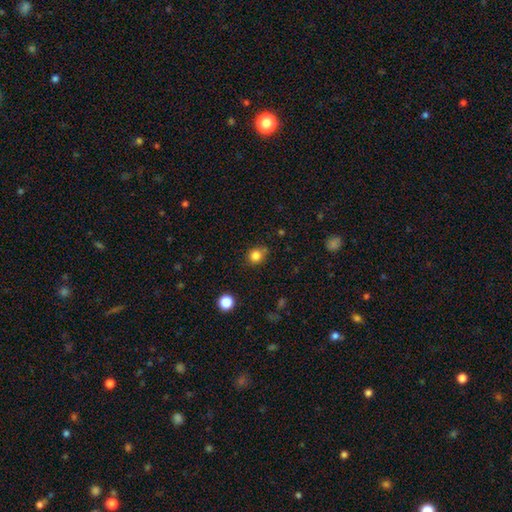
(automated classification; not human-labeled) Smooth or featured: smooth — 82% (star or artifact — 13%)
How rounded: round — 78% (in between — 21%)
Merging: none — 70% (minor disturbance — 22%)